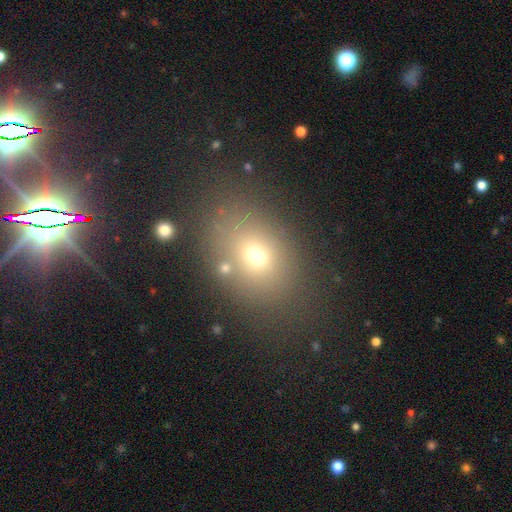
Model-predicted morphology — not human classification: smooth-or-featured: smooth: 65% | star or artifact: 20% | featured or disk: 15%
  how-rounded: in between: 68% | round: 31% | cigar-shaped: 1%
  merging: none: 75% | minor disturbance: 12% | merger: 7% | major disturbance: 7%